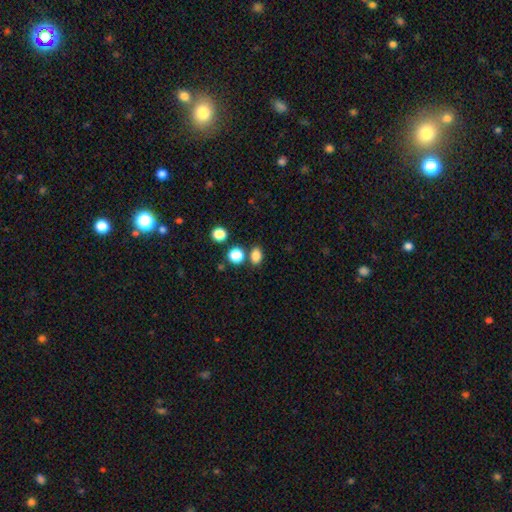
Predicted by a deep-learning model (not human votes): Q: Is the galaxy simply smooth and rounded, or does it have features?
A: smooth — 83%.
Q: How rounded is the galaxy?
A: in between — 62%.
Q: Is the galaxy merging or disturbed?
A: none — 75%.